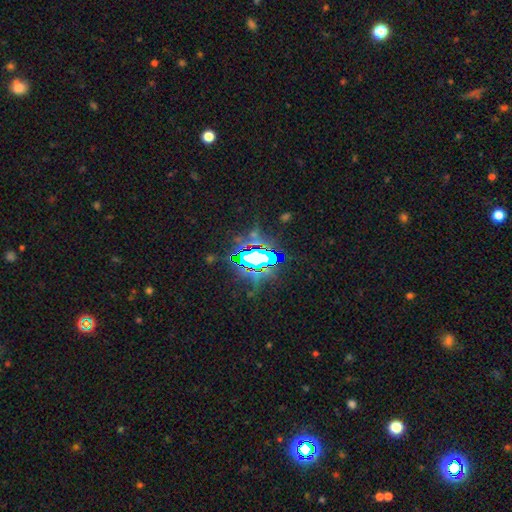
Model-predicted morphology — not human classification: The model was most divided on "smooth or featured": star or artifact: 73%, featured or disk: 14%, smooth: 13%.